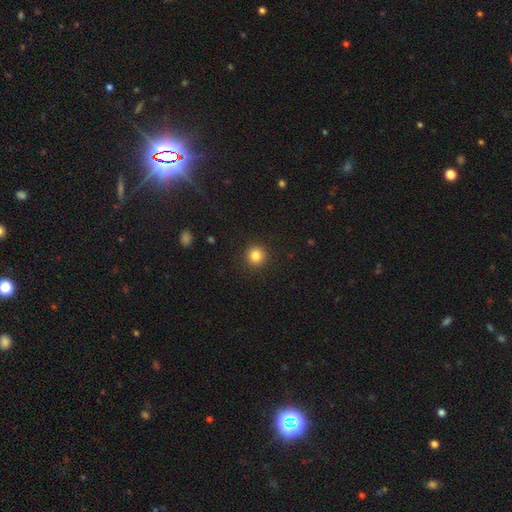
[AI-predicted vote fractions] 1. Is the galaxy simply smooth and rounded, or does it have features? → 84% smooth, 11% star or artifact, 5% featured or disk.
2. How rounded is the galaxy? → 95% round, 4% in between, 1% cigar-shaped.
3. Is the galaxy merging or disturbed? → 92% none, 5% minor disturbance, 2% major disturbance, 1% merger.